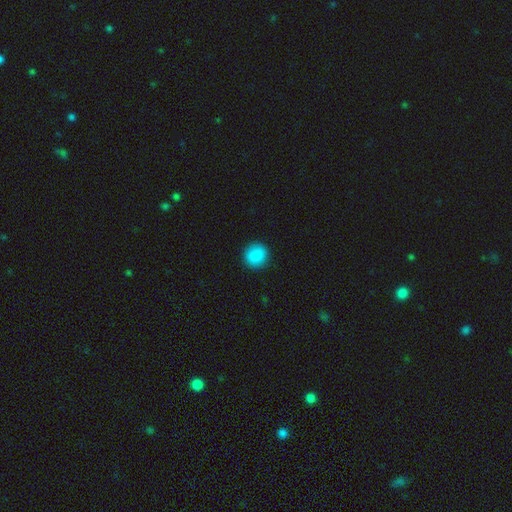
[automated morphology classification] Q: Smooth or featured?
A: smooth (89%); runner-up: star or artifact (8%)
Q: How rounded?
A: round (92%); runner-up: in between (7%)
Q: Merging?
A: none (91%); runner-up: minor disturbance (6%)